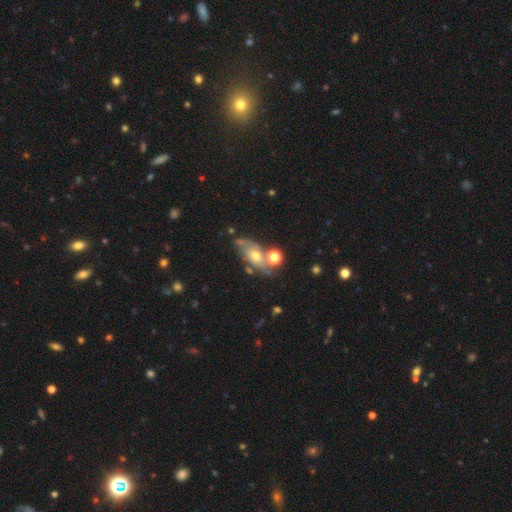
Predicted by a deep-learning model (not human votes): Overall: smooth (48%; featured or disk 41%). Merging: none (53%; minor disturbance 21%).